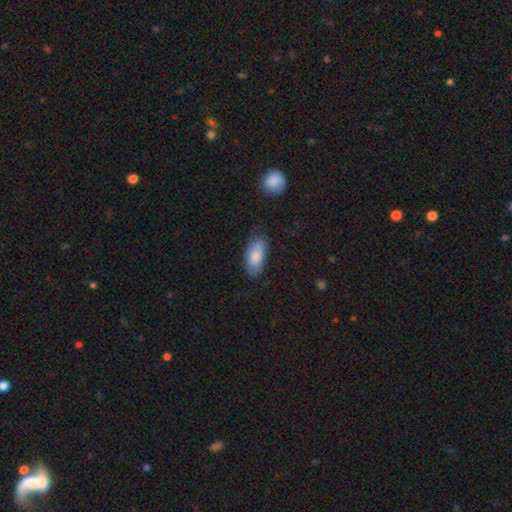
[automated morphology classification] type=smooth (80%); roundness=in between (87%); merging=none (68%).